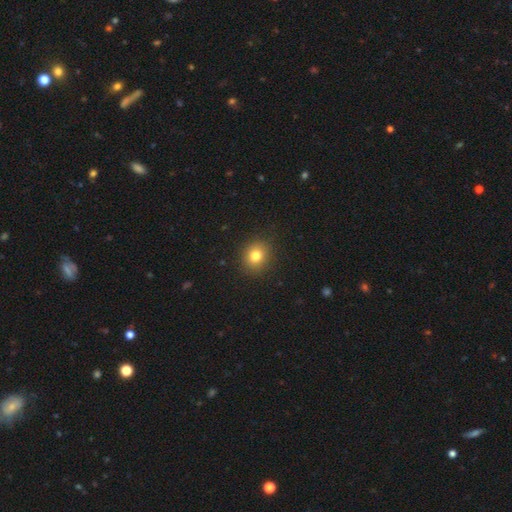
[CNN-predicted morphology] Smooth or featured? smooth (79%)
How rounded? round (79%)
Merging? none (90%)